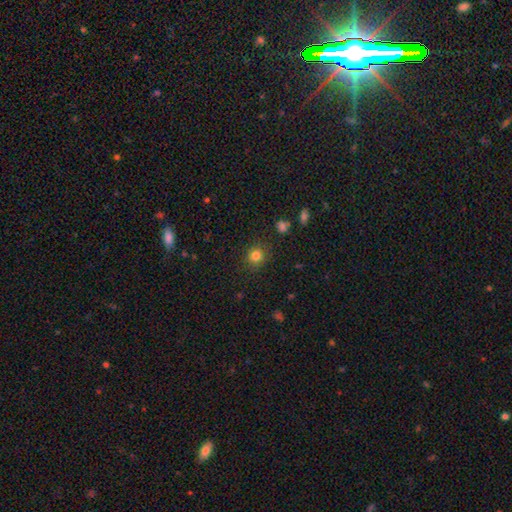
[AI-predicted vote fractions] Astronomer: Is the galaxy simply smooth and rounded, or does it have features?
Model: smooth — 82%.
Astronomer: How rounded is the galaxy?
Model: round — 86%.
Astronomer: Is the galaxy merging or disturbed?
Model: none — 87%.